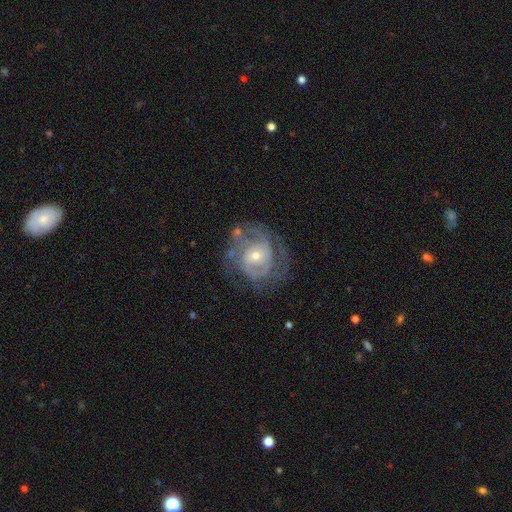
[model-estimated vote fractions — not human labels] smooth_or_featured: featured or disk (p=0.82) [alt: smooth p=0.12]
disk_edge_on: no (p=0.97) [alt: yes p=0.03]
bar: no (p=0.70) [alt: weak p=0.24]
has_spiral_arms: yes (p=0.85) [alt: no p=0.15]
spiral_winding: tight (p=0.53) [alt: medium p=0.35]
spiral_arm_count: can't tell (p=0.33) [tied with: 2 p=0.33]
bulge_size: small (p=0.54) [alt: moderate p=0.42]
merging: none (p=0.60) [alt: minor disturbance p=0.20]